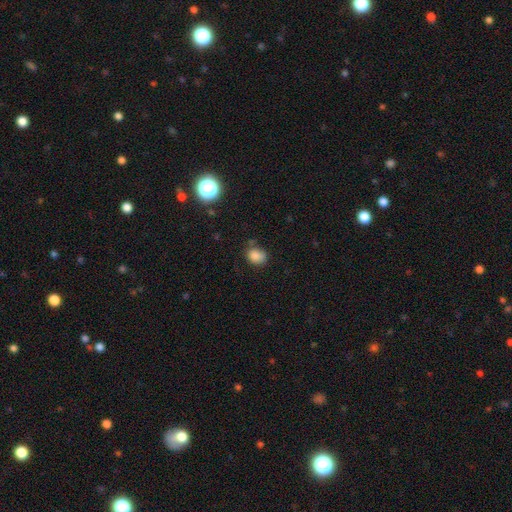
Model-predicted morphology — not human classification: Smooth or featured?
  - smooth: 82% *
  - star or artifact: 12%
  - featured or disk: 6%
How rounded?
  - in between: 54% *
  - round: 45%
  - cigar-shaped: 1%
Merging?
  - none: 66% *
  - minor disturbance: 23%
  - merger: 6%
  - major disturbance: 5%